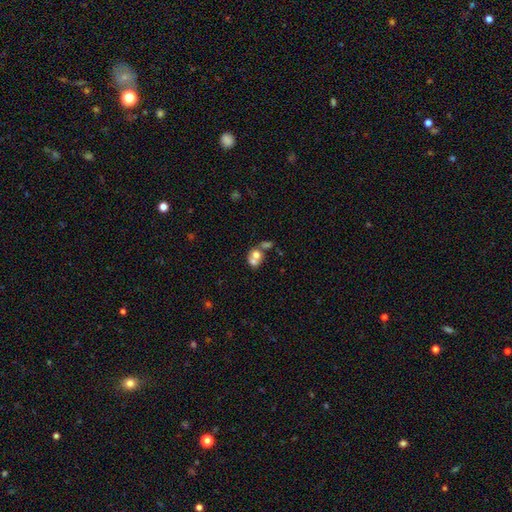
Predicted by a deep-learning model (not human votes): smooth-or-featured: smooth: 63% | featured or disk: 26% | star or artifact: 11%
  how-rounded: round: 58% | in between: 41% | cigar-shaped: 1%
  merging: merger: 64% | none: 23% | minor disturbance: 7% | major disturbance: 6%